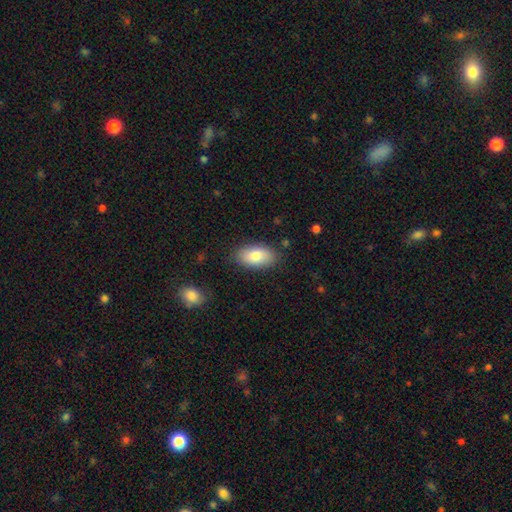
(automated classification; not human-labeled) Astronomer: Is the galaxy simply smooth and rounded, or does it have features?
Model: smooth — 82%.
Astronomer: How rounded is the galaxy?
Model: in between — 94%.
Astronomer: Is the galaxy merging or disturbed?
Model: none — 85%.